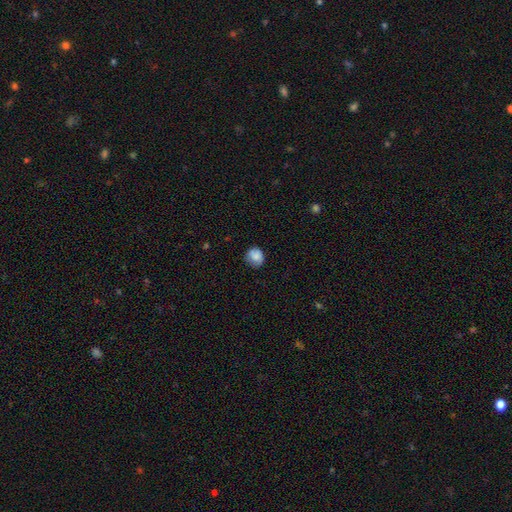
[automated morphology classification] A smooth galaxy with no disk features (81%) that is round (76%).

Vote fractions:
- Smooth or featured? smooth: 81% / featured or disk: 11% / star or artifact: 8%
- How rounded? round: 76% / in between: 23% / cigar-shaped: 1%
- Merging? none: 71% / minor disturbance: 22% / major disturbance: 5% / merger: 2%